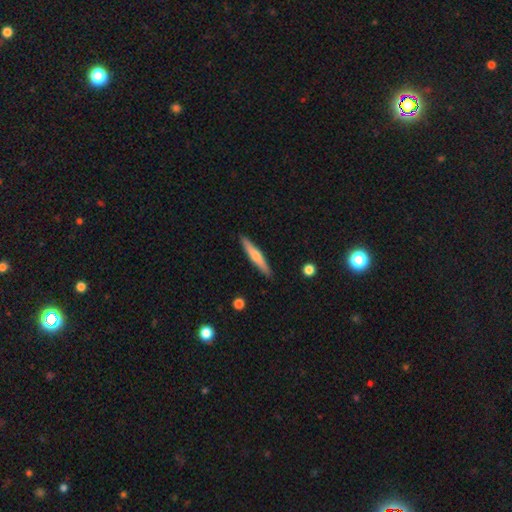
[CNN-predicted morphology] Q: Smooth or featured?
A: featured or disk (48%); runner-up: smooth (47%)
Q: Merging?
A: none (90%); runner-up: minor disturbance (7%)